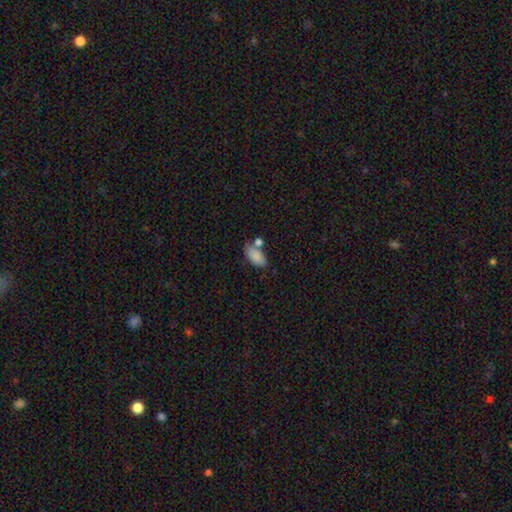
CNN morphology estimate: smooth_or_featured: smooth (p=0.85) [alt: star or artifact p=0.08]
how_rounded: in between (p=0.92) [alt: cigar-shaped p=0.04]
merging: none (p=0.54) [alt: merger p=0.23]